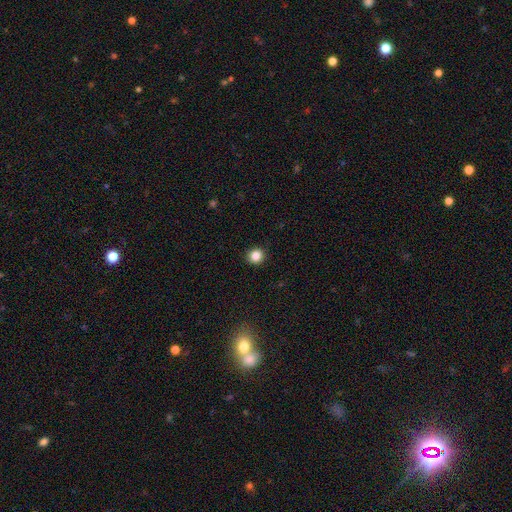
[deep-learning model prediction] A smooth galaxy with no disk features (85%) that is round (91%).

Vote fractions:
- Smooth or featured? smooth: 85% / star or artifact: 11% / featured or disk: 4%
- How rounded? round: 91% / in between: 8% / cigar-shaped: 1%
- Merging? none: 92% / minor disturbance: 5% / major disturbance: 2% / merger: 1%